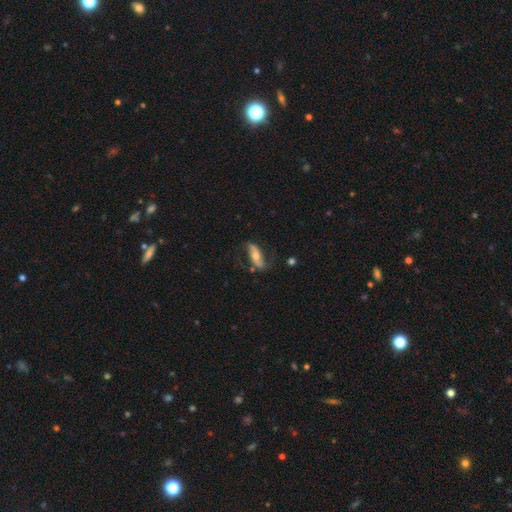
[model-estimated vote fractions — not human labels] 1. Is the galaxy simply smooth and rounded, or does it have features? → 68% featured or disk, 26% smooth, 6% star or artifact.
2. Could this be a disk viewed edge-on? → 81% no, 19% yes.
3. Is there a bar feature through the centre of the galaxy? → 43% no, 33% strong, 24% weak.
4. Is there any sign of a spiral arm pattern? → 87% yes, 13% no.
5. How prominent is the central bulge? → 60% moderate, 28% small, 8% large, 2% none, 2% dominant.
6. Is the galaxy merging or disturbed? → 68% none, 19% minor disturbance, 10% major disturbance, 2% merger.